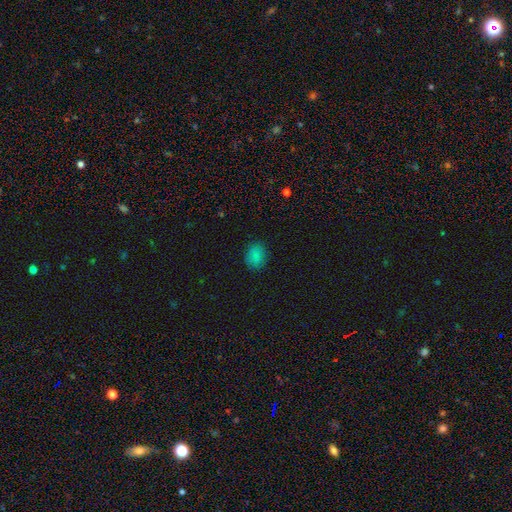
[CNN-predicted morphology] smooth-or-featured: smooth: 84% | star or artifact: 12% | featured or disk: 5%
  how-rounded: in between: 60% | round: 39% | cigar-shaped: 1%
  merging: none: 84% | minor disturbance: 12% | major disturbance: 3% | merger: 1%